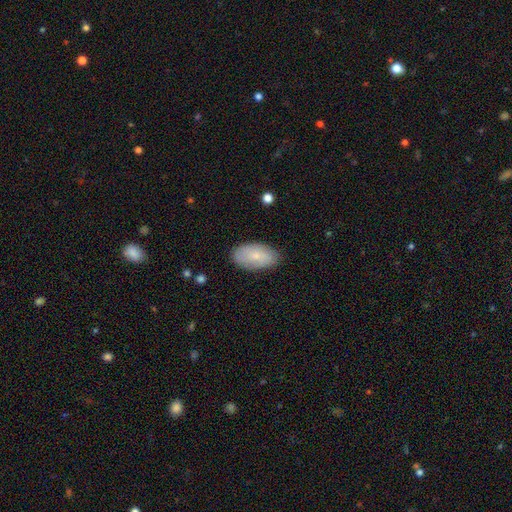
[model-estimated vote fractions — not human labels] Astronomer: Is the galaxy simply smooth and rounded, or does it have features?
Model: smooth — 73%.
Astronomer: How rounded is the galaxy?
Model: in between — 95%.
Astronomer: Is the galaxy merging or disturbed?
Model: none — 82%.